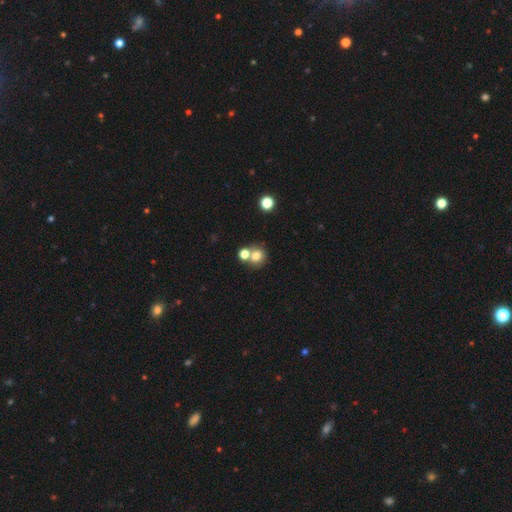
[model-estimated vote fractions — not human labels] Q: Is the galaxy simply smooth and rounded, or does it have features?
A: smooth — 76%.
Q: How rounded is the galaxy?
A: round — 81%.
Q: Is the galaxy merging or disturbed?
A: none — 51%.